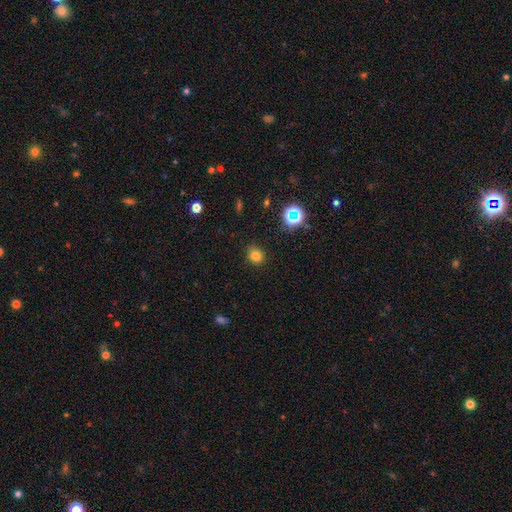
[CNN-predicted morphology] smooth 77%, star or artifact 17%, featured or disk 6%. Down the decision tree: how rounded — round (75%); merging — none (86%).